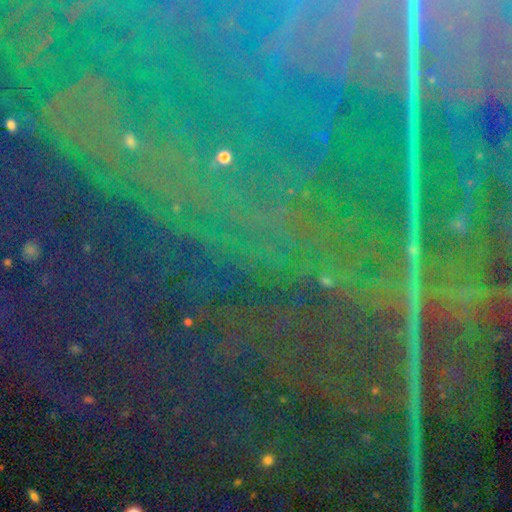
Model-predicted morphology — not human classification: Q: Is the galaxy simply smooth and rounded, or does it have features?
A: star or artifact — 86%.